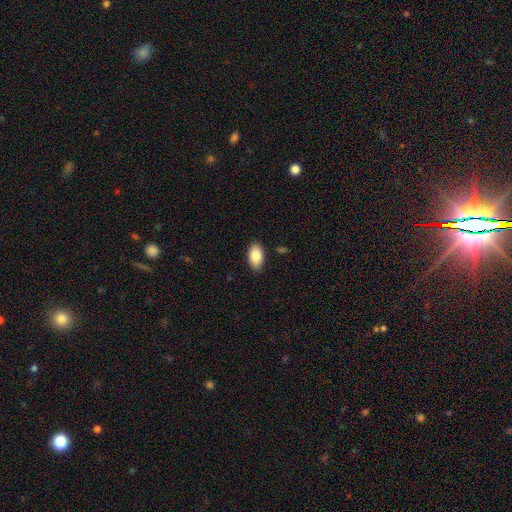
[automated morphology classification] Smooth or featured: smooth — 87% (star or artifact — 6%)
How rounded: in between — 94% (round — 4%)
Merging: none — 85% (minor disturbance — 11%)